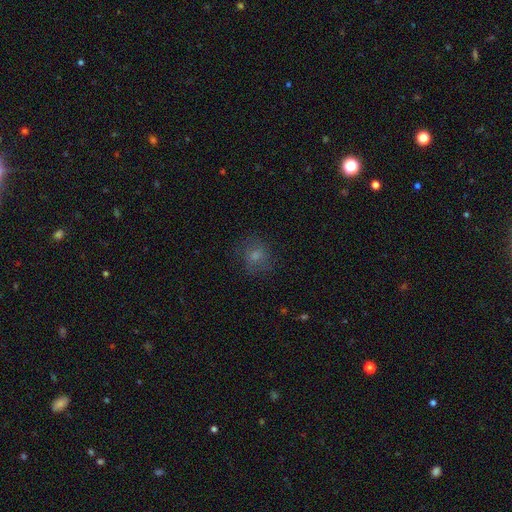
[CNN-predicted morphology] A smooth galaxy with no disk features (66%) that is round (71%).

Vote fractions:
- Smooth or featured? smooth: 66% / featured or disk: 20% / star or artifact: 14%
- How rounded? round: 71% / in between: 28% / cigar-shaped: 1%
- Merging? none: 70% / minor disturbance: 18% / major disturbance: 11% / merger: 1%